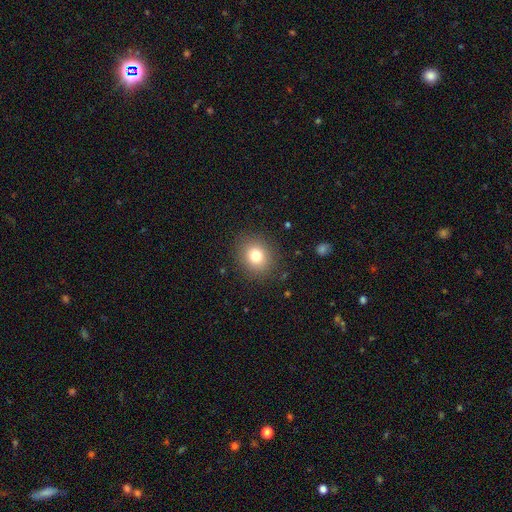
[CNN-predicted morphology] Smooth or featured? smooth (79%)
How rounded? round (74%)
Merging? none (88%)